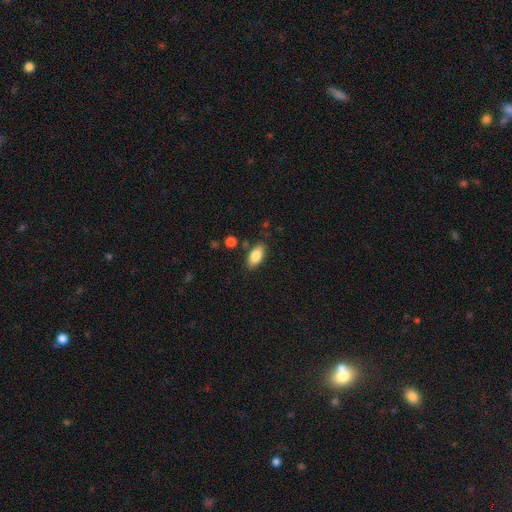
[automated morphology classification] A smooth galaxy with no disk features (84%) that is in between round and cigar-shaped (89%).

Vote fractions:
- Smooth or featured? smooth: 84% / featured or disk: 9% / star or artifact: 7%
- How rounded? in between: 89% / cigar-shaped: 8% / round: 3%
- Merging? none: 83% / minor disturbance: 11% / merger: 3% / major disturbance: 3%